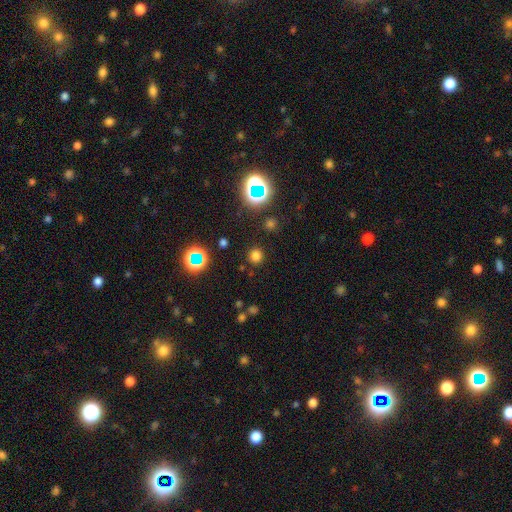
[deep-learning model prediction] Q: Smooth or featured?
A: smooth (71%); runner-up: star or artifact (24%)
Q: How rounded?
A: round (93%); runner-up: in between (6%)
Q: Merging?
A: none (89%); runner-up: minor disturbance (6%)